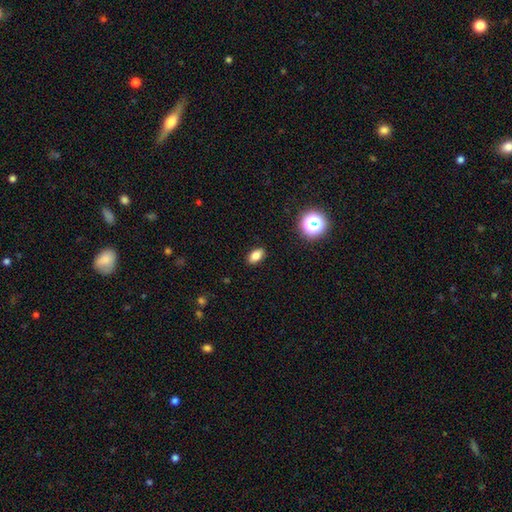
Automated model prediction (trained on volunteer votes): Overall: smooth (81%). How rounded: in between (87%). Merging: none (89%).